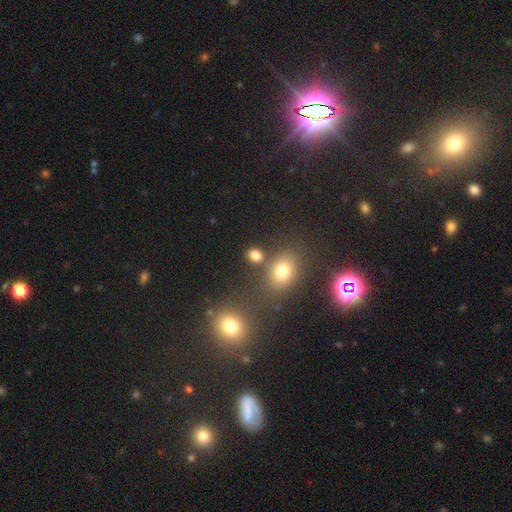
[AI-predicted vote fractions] A smooth galaxy with no disk features (76%) that is round (54%). Merging: none (73%).